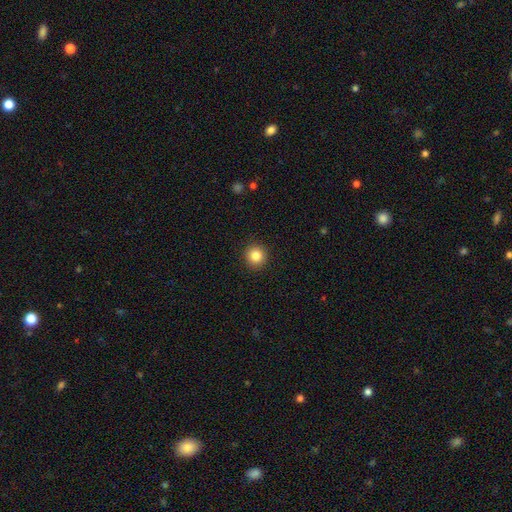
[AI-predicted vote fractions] Smooth or featured?
  - smooth: 84% *
  - star or artifact: 10%
  - featured or disk: 5%
How rounded?
  - round: 94% *
  - in between: 5%
  - cigar-shaped: 1%
Merging?
  - none: 92% *
  - minor disturbance: 5%
  - major disturbance: 2%
  - merger: 1%